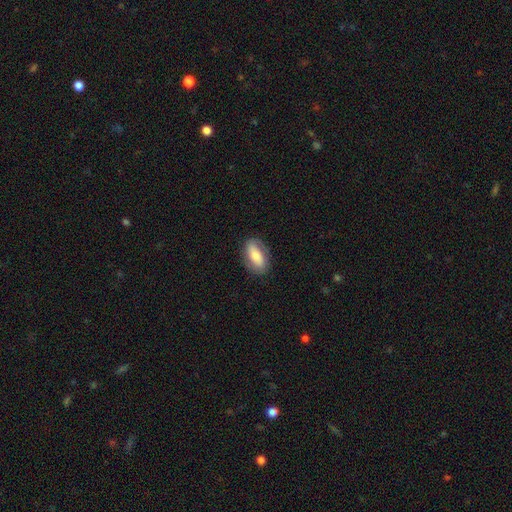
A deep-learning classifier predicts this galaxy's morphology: smooth 54%, featured or disk 40%, star or artifact 7%. Down the decision tree: how rounded — in between (89%); merging — none (81%).